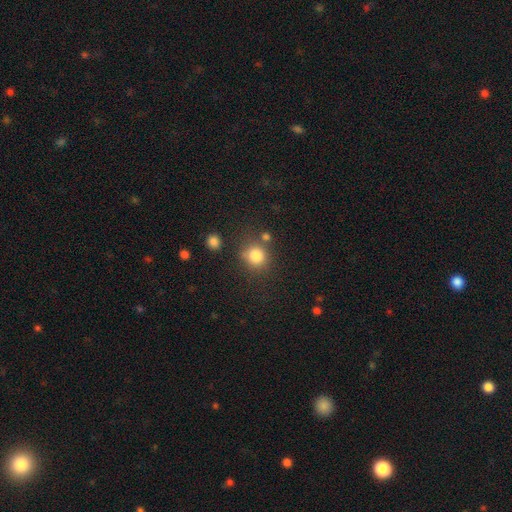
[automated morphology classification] type=smooth (82%); roundness=round (85%); merging=none (71%).